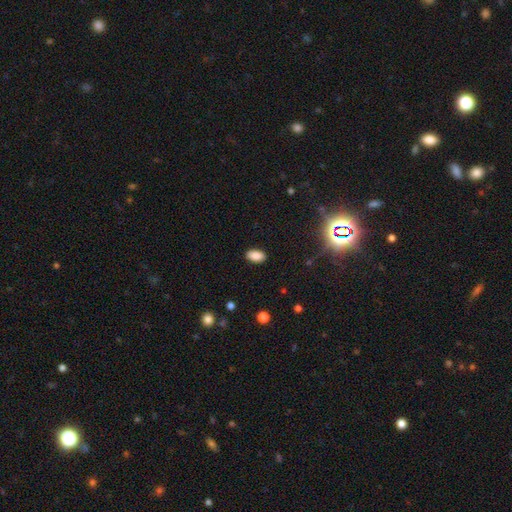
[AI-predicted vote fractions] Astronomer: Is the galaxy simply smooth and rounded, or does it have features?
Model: smooth — 86%.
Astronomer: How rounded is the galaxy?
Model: in between — 93%.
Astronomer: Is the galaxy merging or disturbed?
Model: none — 89%.